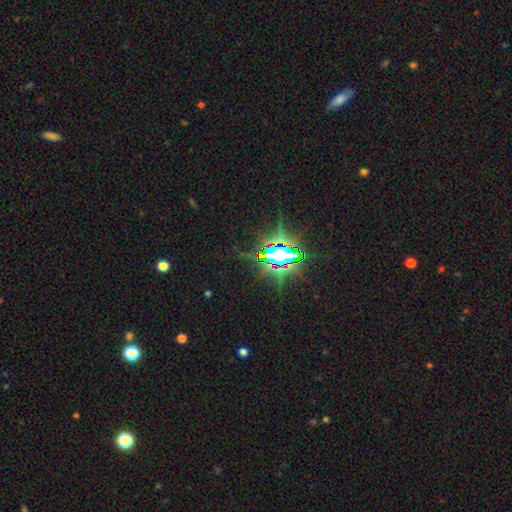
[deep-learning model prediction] Morphology: type=star or artifact (84%).